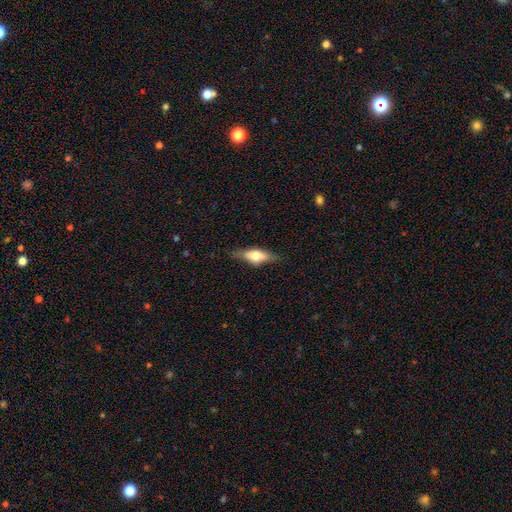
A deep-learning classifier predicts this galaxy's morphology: The model was most divided on "smooth or featured": smooth: 51%, featured or disk: 42%, star or artifact: 6%. More confident: merging — none (78%); how rounded — in between (59%).